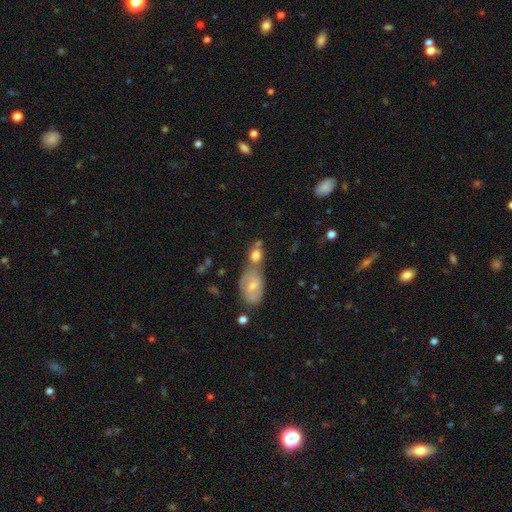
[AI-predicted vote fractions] This is likely a smooth galaxy (70%). How rounded: possibly in between (56%). Merging: possibly merger (52%).